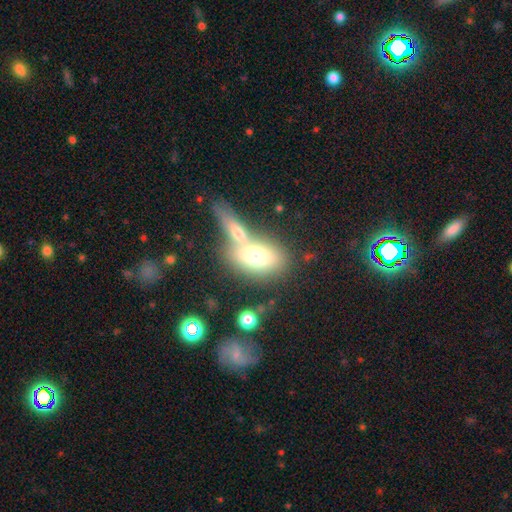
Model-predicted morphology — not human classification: Overall: smooth (65%; featured or disk 26%). How rounded: in between (80%). Merging: merger (47%; none 37%).